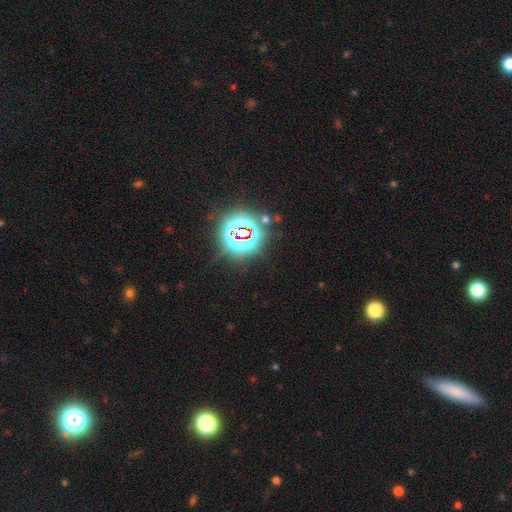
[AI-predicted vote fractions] Smooth or featured? star or artifact (78%)